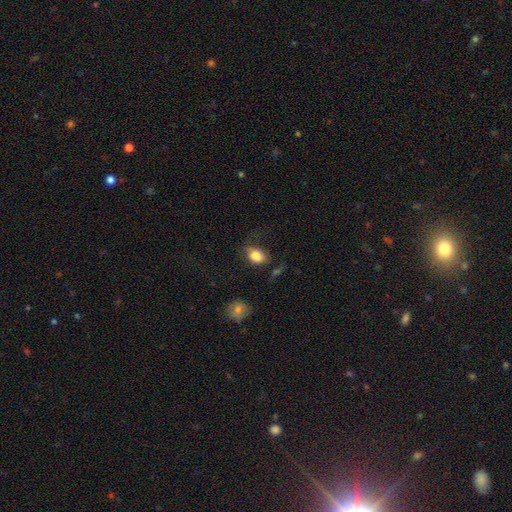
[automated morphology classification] smooth-or-featured: smooth: 83% | featured or disk: 9% | star or artifact: 8%
  how-rounded: in between: 76% | round: 23% | cigar-shaped: 2%
  merging: none: 49% | minor disturbance: 27% | major disturbance: 19% | merger: 4%